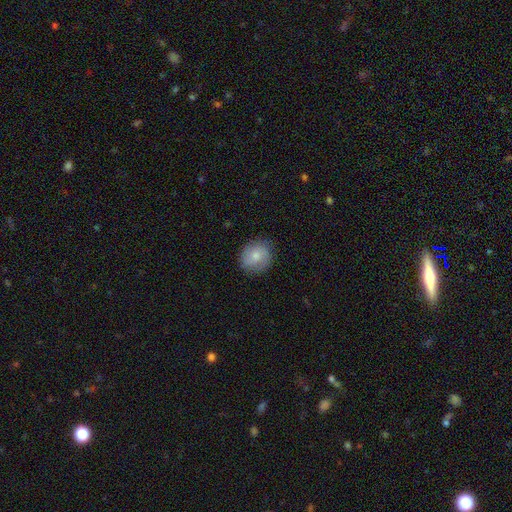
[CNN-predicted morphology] Smooth or featured: smooth — 68% (featured or disk — 25%)
How rounded: round — 79% (in between — 20%)
Merging: none — 82% (minor disturbance — 13%)